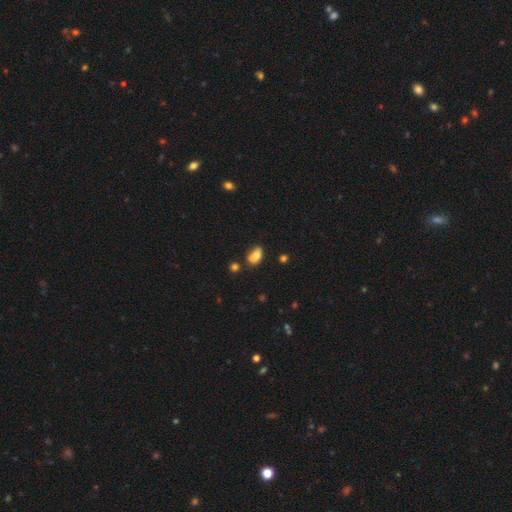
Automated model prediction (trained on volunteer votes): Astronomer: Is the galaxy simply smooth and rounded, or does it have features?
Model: smooth — 72%.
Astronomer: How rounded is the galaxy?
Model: in between — 79%.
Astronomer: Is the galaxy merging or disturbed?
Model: none — 42% (runner-up: merger, 32%).